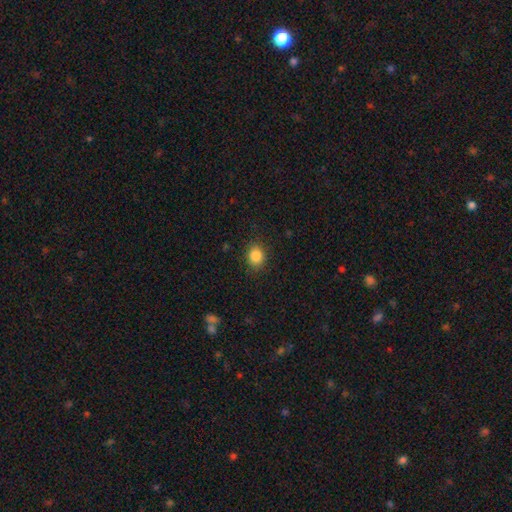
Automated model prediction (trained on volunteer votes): A smooth galaxy with no disk features (85%) that is round (61%).

Vote fractions:
- Smooth or featured? smooth: 85% / star or artifact: 10% / featured or disk: 5%
- How rounded? round: 61% / in between: 38% / cigar-shaped: 1%
- Merging? none: 88% / minor disturbance: 9% / major disturbance: 3% / merger: 1%